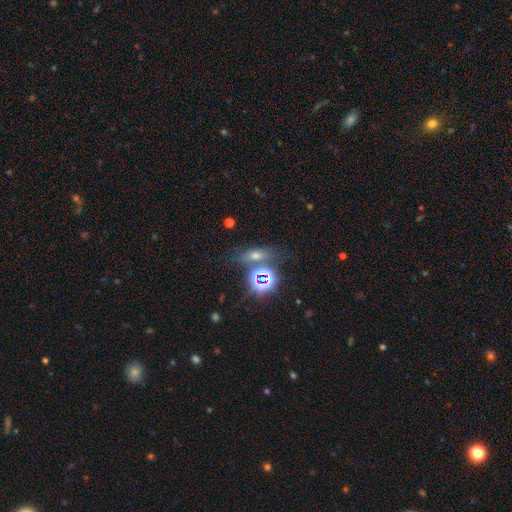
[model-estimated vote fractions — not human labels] Overall: smooth (40%; star or artifact 39%). Merging: none (70%).